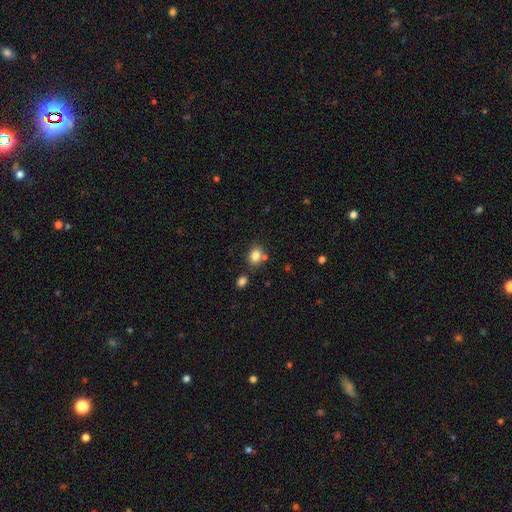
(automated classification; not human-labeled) Overall: smooth (83%). How rounded: in between (54%; round 45%). Merging: none (68%).